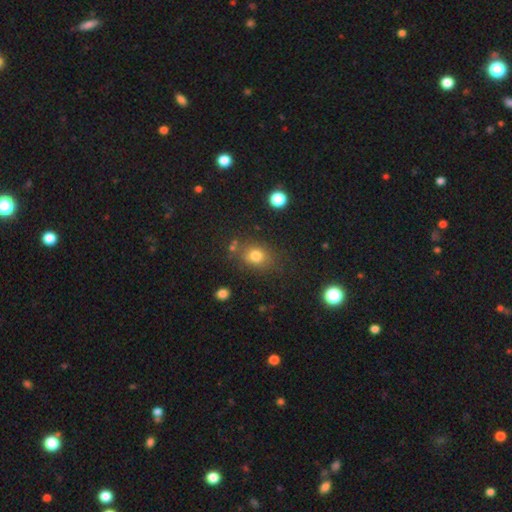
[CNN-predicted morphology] A smooth galaxy with no disk features (77%) that is round (53%). Merging: none (74%).